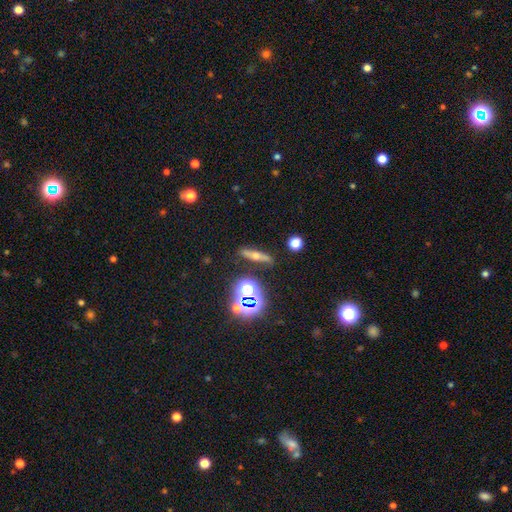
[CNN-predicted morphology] smooth-or-featured: featured or disk: 45% | smooth: 32% | star or artifact: 23%
  merging: none: 85% | minor disturbance: 9% | major disturbance: 3% | merger: 3%